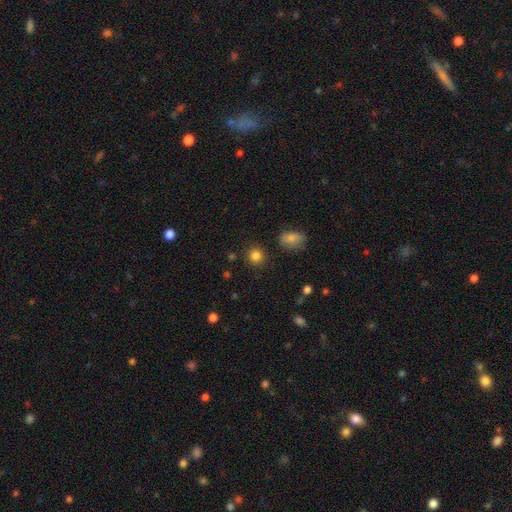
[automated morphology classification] Smooth or featured?
  - smooth: 84% *
  - star or artifact: 12%
  - featured or disk: 4%
How rounded?
  - round: 90% *
  - in between: 9%
  - cigar-shaped: 1%
Merging?
  - none: 89% *
  - minor disturbance: 6%
  - major disturbance: 2%
  - merger: 2%